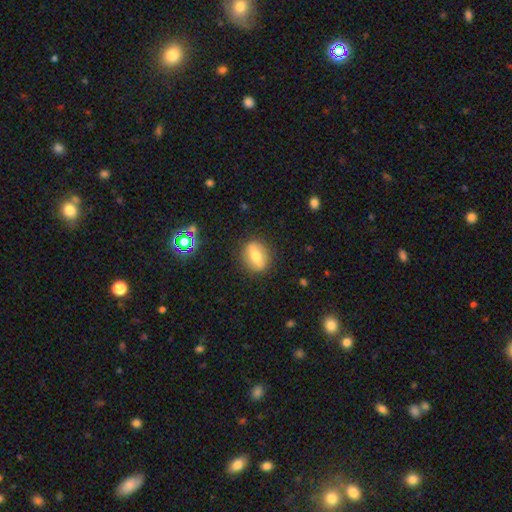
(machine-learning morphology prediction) A smooth galaxy with no disk features (56%) that is in between round and cigar-shaped (55%).

Vote fractions:
- Smooth or featured? smooth: 56% / featured or disk: 35% / star or artifact: 9%
- How rounded? in between: 55% / round: 41% / cigar-shaped: 4%
- Merging? none: 86% / minor disturbance: 10% / major disturbance: 3% / merger: 1%